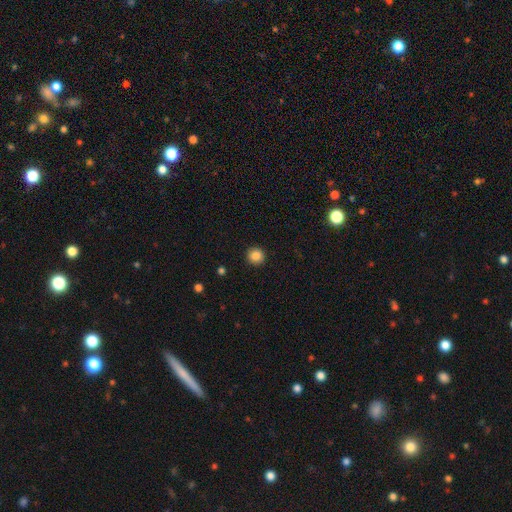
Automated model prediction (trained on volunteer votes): smooth 86%, star or artifact 10%, featured or disk 4%. Down the decision tree: how rounded — round (95%); merging — none (93%).